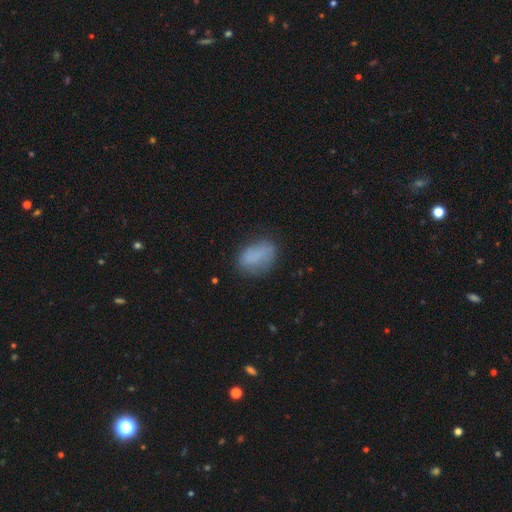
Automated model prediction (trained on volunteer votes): smooth-or-featured: smooth: 78% | featured or disk: 13% | star or artifact: 9%
  how-rounded: in between: 86% | round: 12% | cigar-shaped: 2%
  merging: none: 64% | minor disturbance: 25% | major disturbance: 9% | merger: 2%